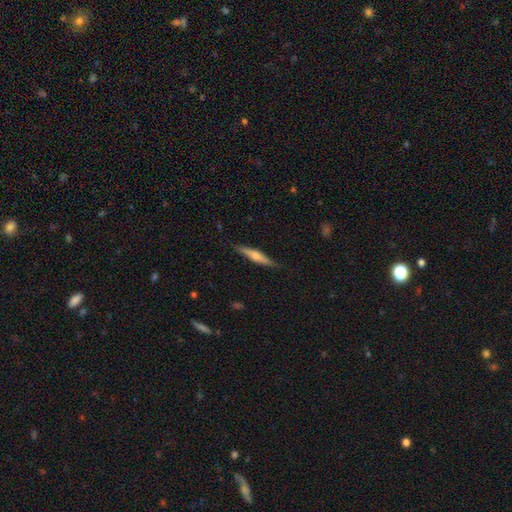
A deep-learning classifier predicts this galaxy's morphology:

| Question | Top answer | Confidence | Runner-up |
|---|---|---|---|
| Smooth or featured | featured or disk | 49% | smooth (45%) |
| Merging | none | 86% | minor disturbance (11%) |